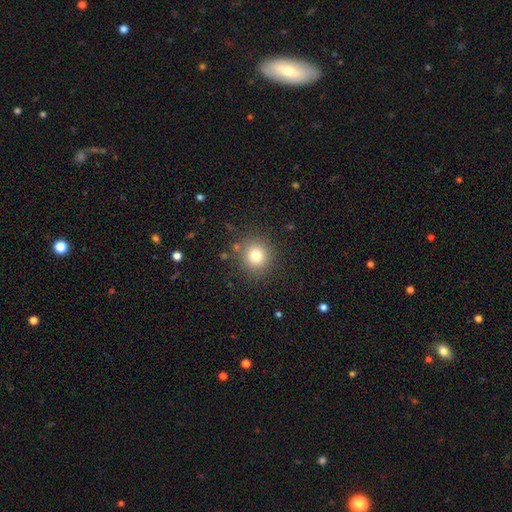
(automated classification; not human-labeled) Smooth or featured: smooth — 78% (star or artifact — 14%)
How rounded: round — 92% (in between — 7%)
Merging: none — 86% (minor disturbance — 8%)